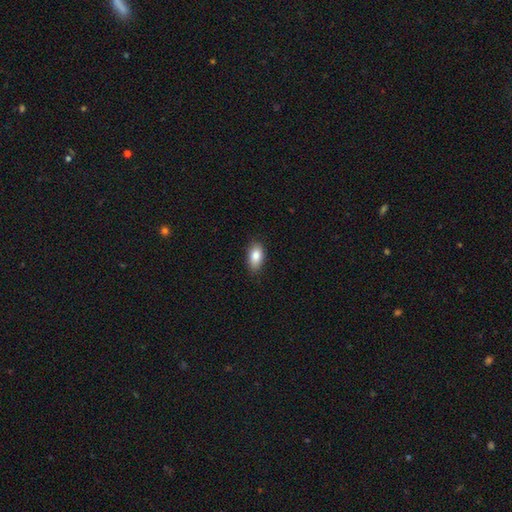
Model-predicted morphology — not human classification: smooth-or-featured: smooth: 83% | featured or disk: 10% | star or artifact: 8%
  how-rounded: in between: 90% | round: 6% | cigar-shaped: 4%
  merging: none: 84% | minor disturbance: 13% | major disturbance: 2% | merger: 1%